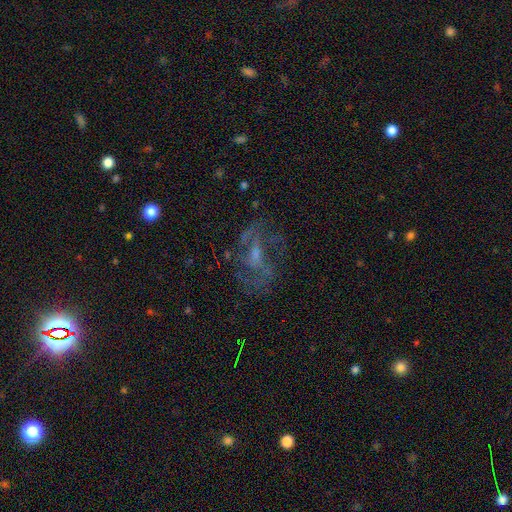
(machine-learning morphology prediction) featured or disk 70%, smooth 17%, star or artifact 14%. Down the decision tree: edge-on disk — no (95%); bar — weak (43%); spiral arms — yes (67%); bulge size — small (44%); merging — none (57%).